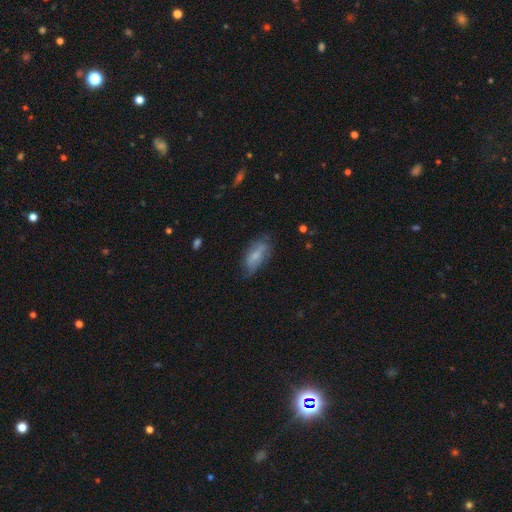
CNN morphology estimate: type=smooth (64%); roundness=in between (82%); merging=none (59%).